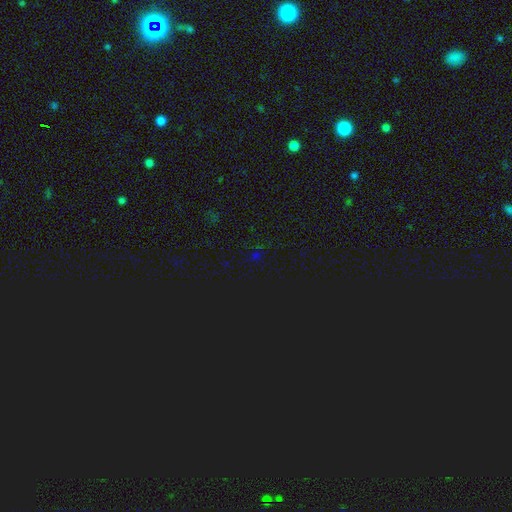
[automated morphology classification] type=star or artifact (73%).